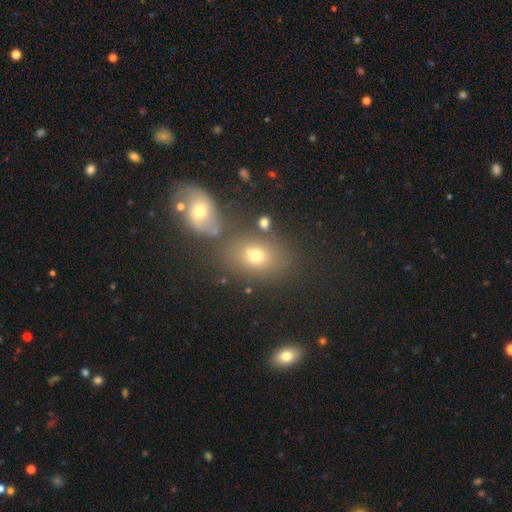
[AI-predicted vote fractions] A smooth galaxy with no disk features (69%) that is in between round and cigar-shaped (65%). Merging: none (62%).